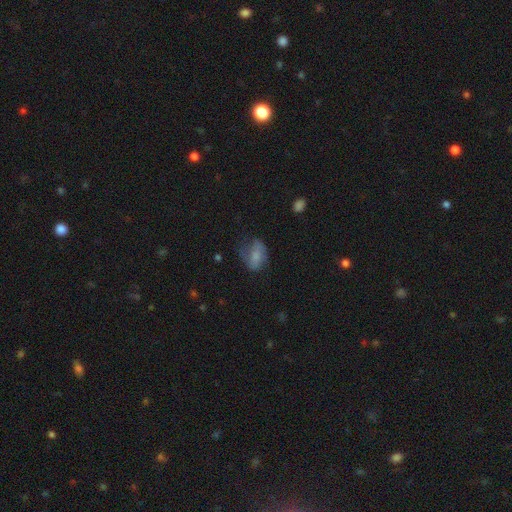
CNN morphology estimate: Smooth or featured? smooth (64%)
How rounded? in between (78%)
Merging? none (44%)